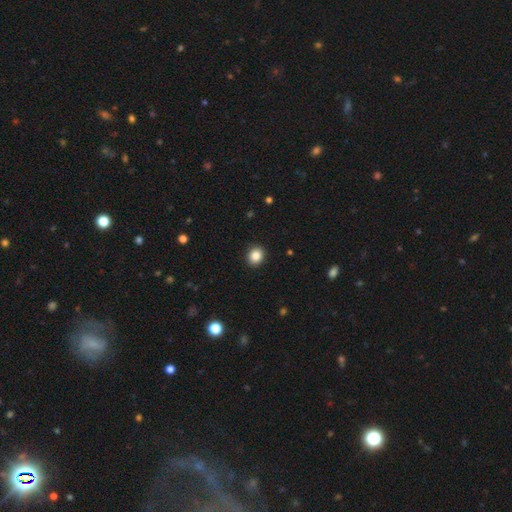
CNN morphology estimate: Smooth or featured: smooth — 86% (star or artifact — 10%)
How rounded: round — 71% (in between — 28%)
Merging: none — 92% (minor disturbance — 6%)